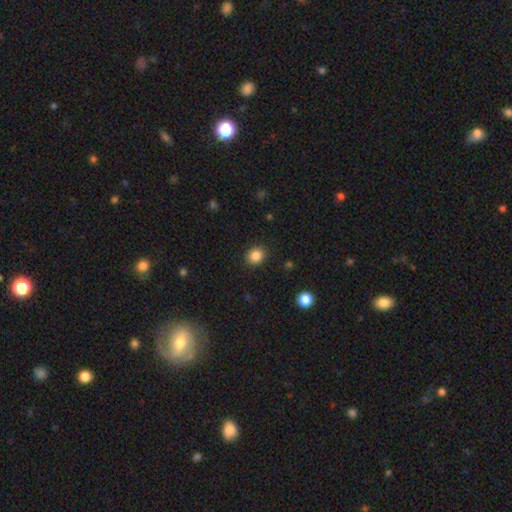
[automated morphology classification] smooth_or_featured: smooth (p=0.85) [alt: star or artifact p=0.11]
how_rounded: round (p=0.74) [alt: in between p=0.25]
merging: none (p=0.91) [alt: minor disturbance p=0.06]